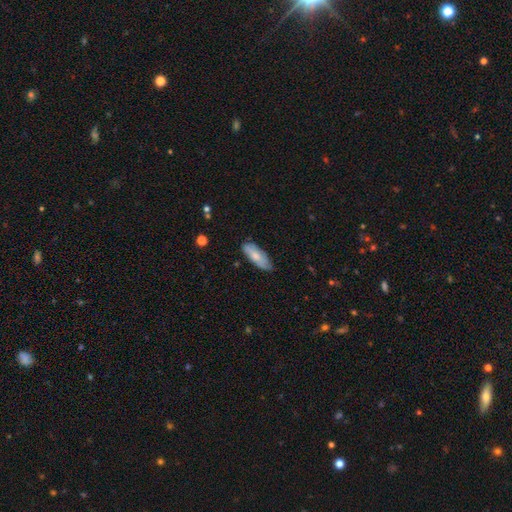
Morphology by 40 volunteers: Smooth or featured? 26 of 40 (65%) said smooth. How rounded? 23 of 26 (88%) said in between. Merging? 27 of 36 (75%) said none.